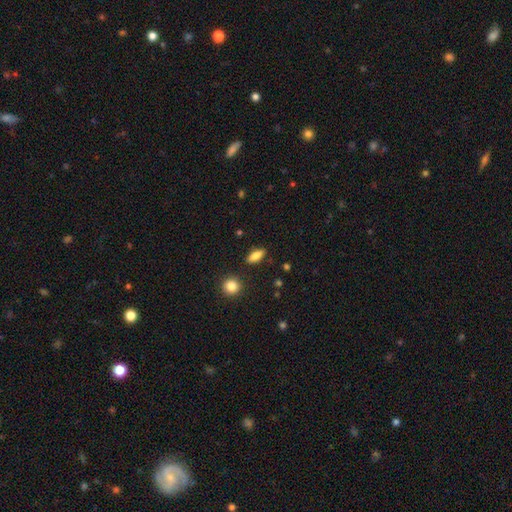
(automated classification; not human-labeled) Smooth or featured? smooth (80%)
How rounded? in between (74%)
Merging? none (87%)